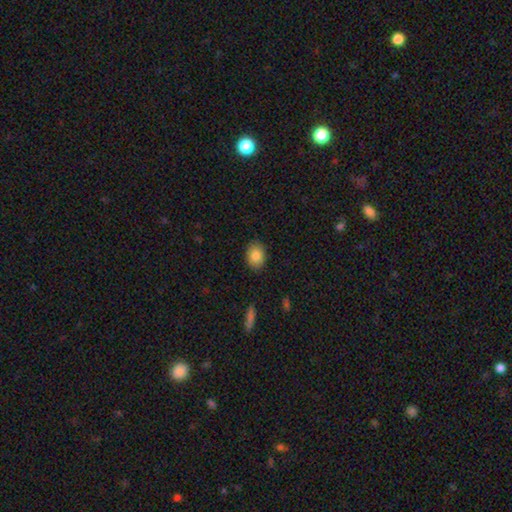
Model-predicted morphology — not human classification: Smooth or featured: smooth — 84% (star or artifact — 8%)
How rounded: in between — 72% (round — 27%)
Merging: none — 88% (minor disturbance — 9%)